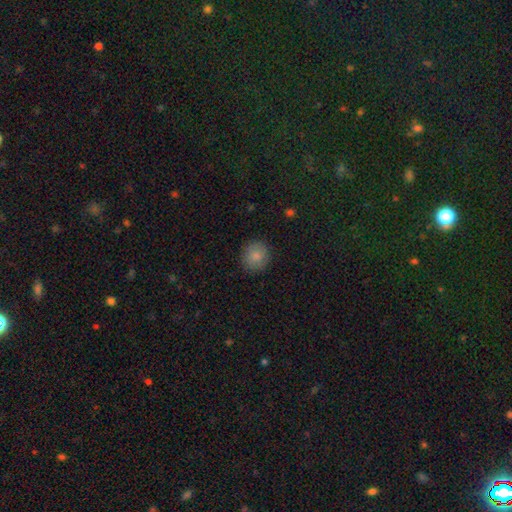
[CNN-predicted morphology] A smooth galaxy with no disk features (85%) that is round (84%). Merging: none (88%).